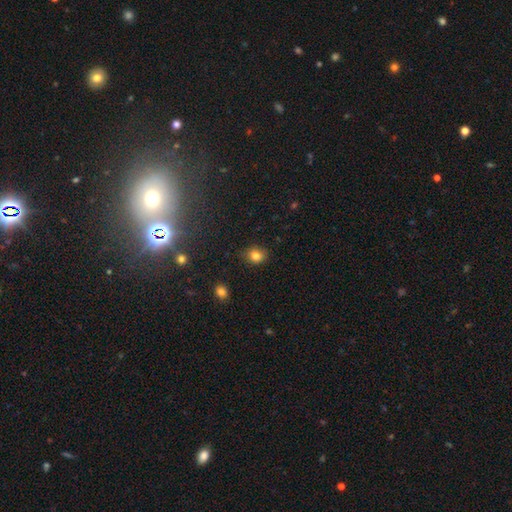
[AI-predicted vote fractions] smooth-or-featured: smooth: 82% | star or artifact: 12% | featured or disk: 6%
  how-rounded: round: 69% | in between: 30% | cigar-shaped: 1%
  merging: none: 83% | minor disturbance: 13% | major disturbance: 3% | merger: 1%